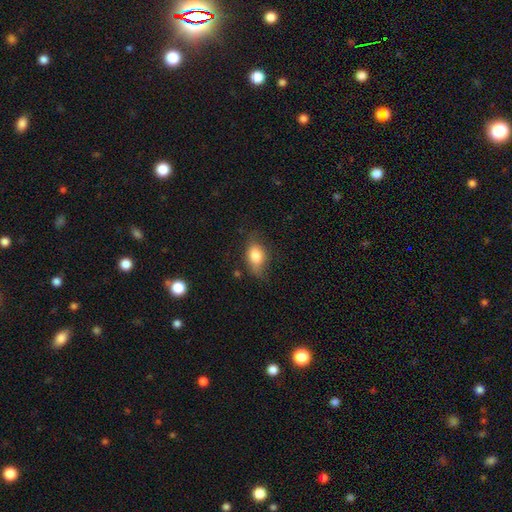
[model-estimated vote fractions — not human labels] Smooth or featured?
  - smooth: 79% *
  - featured or disk: 13%
  - star or artifact: 8%
How rounded?
  - in between: 82% *
  - round: 15%
  - cigar-shaped: 3%
Merging?
  - none: 59% *
  - minor disturbance: 30%
  - major disturbance: 9%
  - merger: 2%